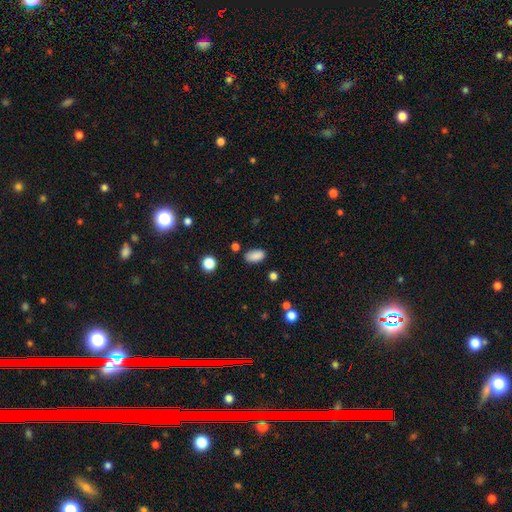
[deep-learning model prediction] smooth 87%, star or artifact 9%, featured or disk 4%. Down the decision tree: how rounded — in between (92%); merging — none (82%).